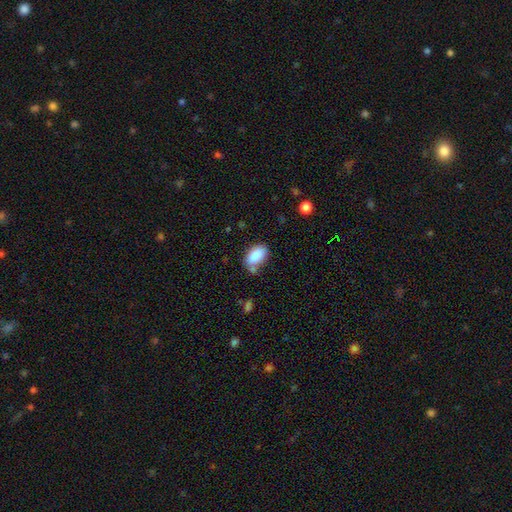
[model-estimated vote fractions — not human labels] Smooth or featured?
  - smooth: 87% *
  - star or artifact: 7%
  - featured or disk: 6%
How rounded?
  - in between: 93% *
  - round: 4%
  - cigar-shaped: 3%
Merging?
  - none: 62% *
  - minor disturbance: 21%
  - merger: 11%
  - major disturbance: 6%